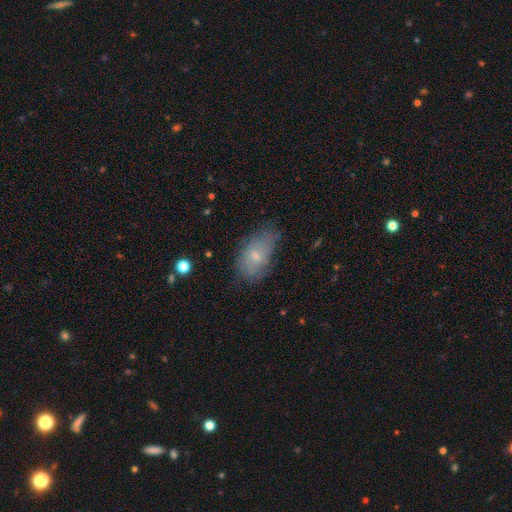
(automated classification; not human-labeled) Q: Smooth or featured?
A: smooth (65%); runner-up: featured or disk (26%)
Q: How rounded?
A: in between (91%); runner-up: round (6%)
Q: Merging?
A: none (65%); runner-up: minor disturbance (26%)